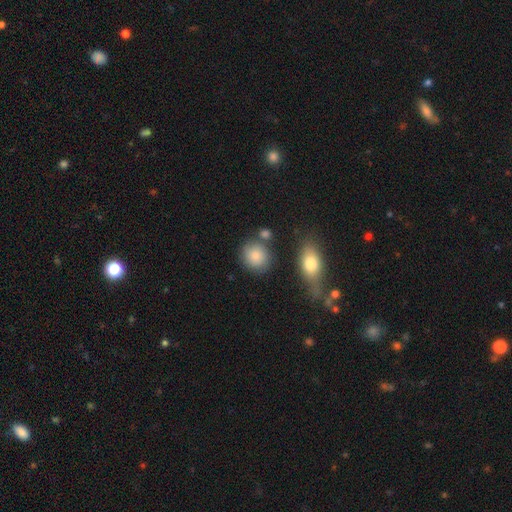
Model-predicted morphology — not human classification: Q: Smooth or featured?
A: smooth (83%); runner-up: featured or disk (9%)
Q: How rounded?
A: round (81%); runner-up: in between (17%)
Q: Merging?
A: none (73%); runner-up: minor disturbance (13%)